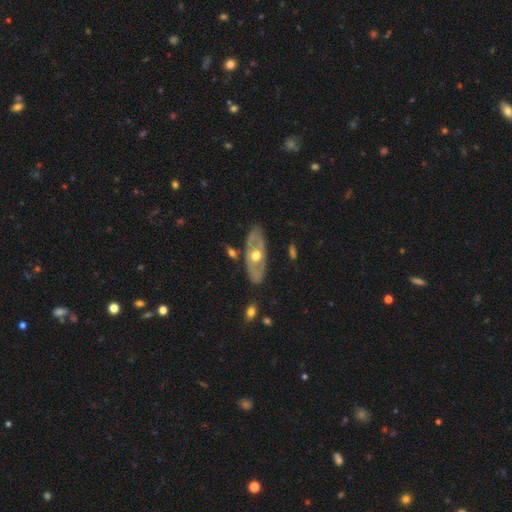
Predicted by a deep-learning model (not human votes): Smooth or featured?
  - featured or disk: 67% *
  - smooth: 28%
  - star or artifact: 5%
Edge-on disk?
  - no: 80% *
  - yes: 20%
Bar?
  - no: 89% *
  - weak: 8%
  - strong: 3%
Spiral arms?
  - no: 80% *
  - yes: 20%
Bulge size?
  - moderate: 80% *
  - large: 9%
  - small: 9%
  - dominant: 1%
  - none: 1%
Merging?
  - none: 80% *
  - minor disturbance: 13%
  - major disturbance: 3%
  - merger: 3%